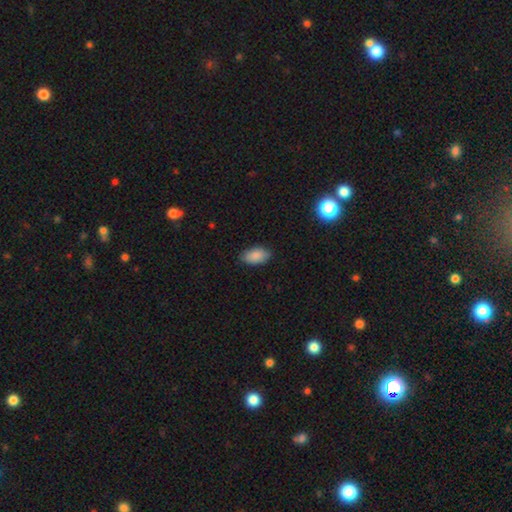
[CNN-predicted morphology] This is clearly a smooth galaxy (88%). How rounded: clearly in between (93%). Merging: clearly none (83%).